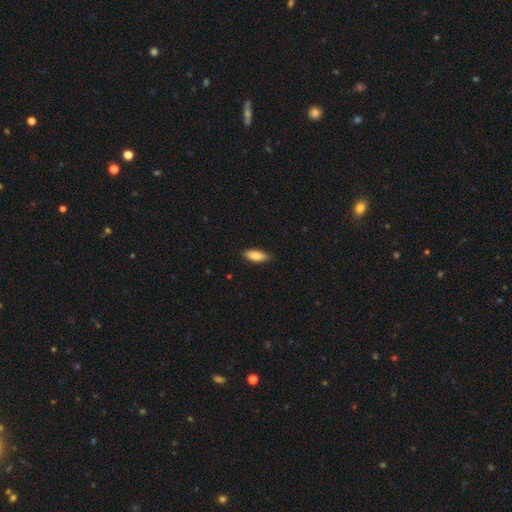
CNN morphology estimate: Smooth or featured? Predicted: smooth (p=0.85). How rounded? Predicted: in between (p=0.79). Merging? Predicted: none (p=0.87).